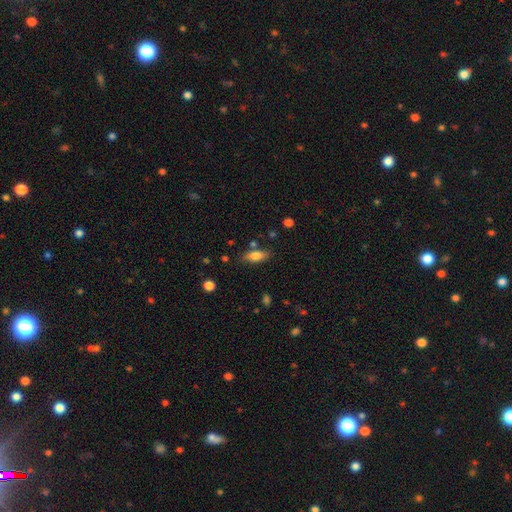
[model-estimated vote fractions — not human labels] Morphology: type=smooth (77%); roundness=in between (77%); merging=none (77%).